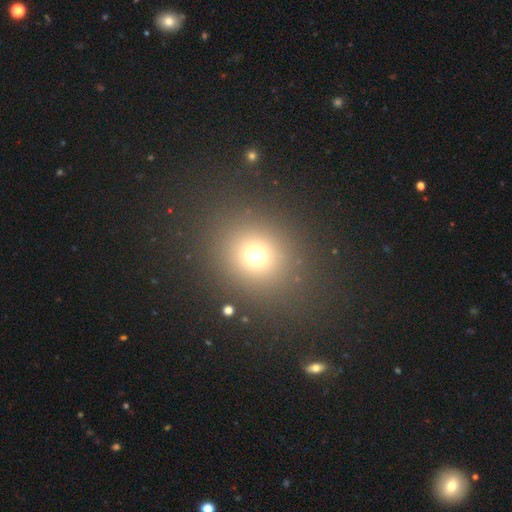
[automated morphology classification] This appears to be a smooth galaxy with no disk features (68%) that is round (82%). Merging: none (84%).